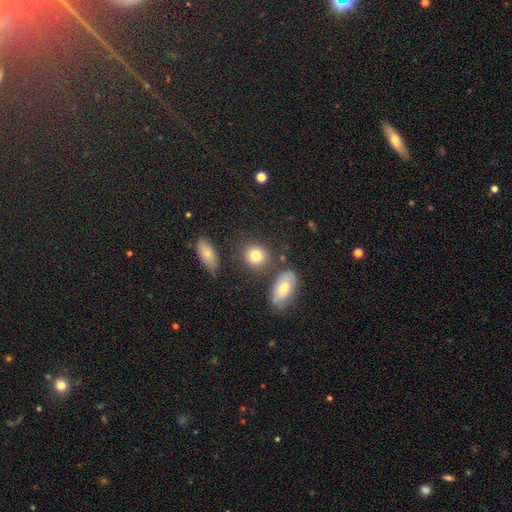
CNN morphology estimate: smooth_or_featured: smooth (p=0.80) [alt: star or artifact p=0.10]
how_rounded: round (p=0.75) [alt: in between p=0.23]
merging: none (p=0.76) [alt: minor disturbance p=0.11]